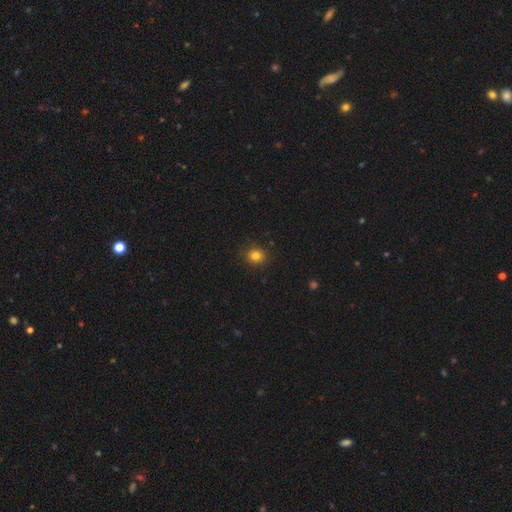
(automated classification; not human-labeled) Smooth or featured? smooth (82%)
How rounded? round (76%)
Merging? none (89%)